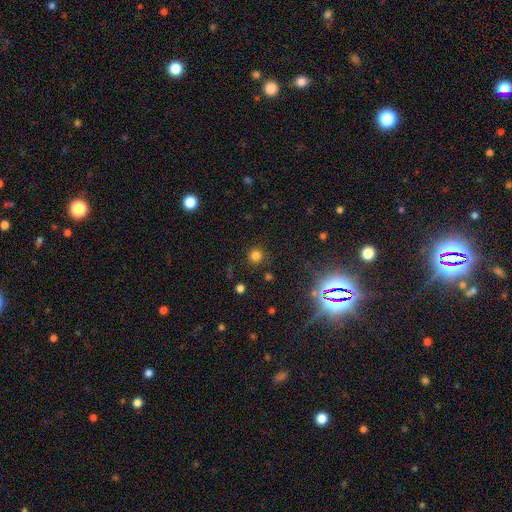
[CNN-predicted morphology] A smooth galaxy with no disk features (76%) that is round (94%). Merging: none (87%).